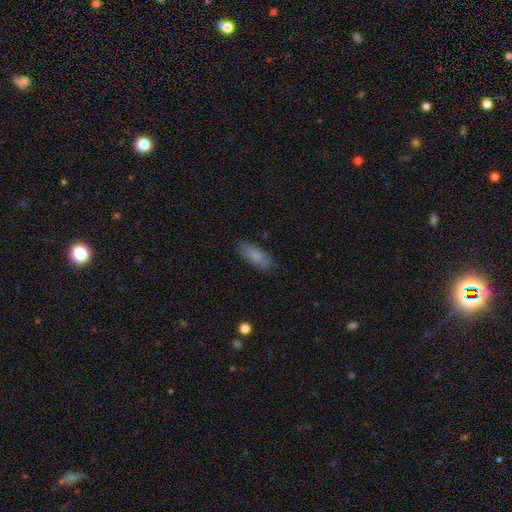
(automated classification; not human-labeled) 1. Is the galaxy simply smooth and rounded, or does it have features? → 82% smooth, 11% featured or disk, 7% star or artifact.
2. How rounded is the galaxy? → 74% in between, 24% cigar-shaped, 2% round.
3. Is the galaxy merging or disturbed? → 82% none, 14% minor disturbance, 3% major disturbance, 1% merger.